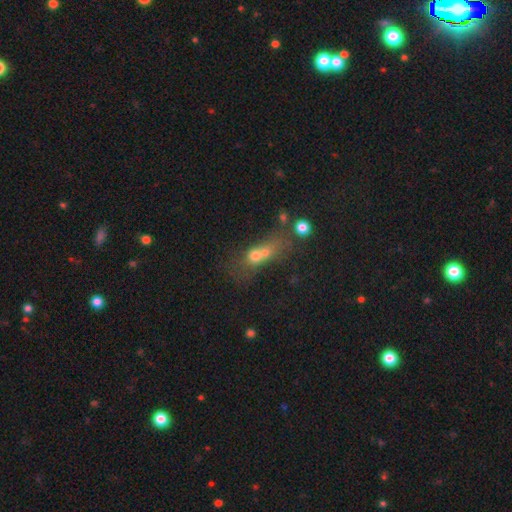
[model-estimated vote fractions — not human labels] This is possibly a smooth galaxy (59%). How rounded: marginally round (45%). Merging: possibly merger (58%).